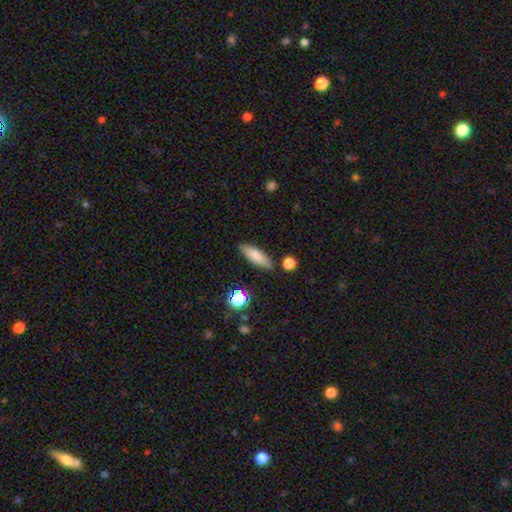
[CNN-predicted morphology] smooth_or_featured: smooth (p=0.79) [alt: featured or disk p=0.14]
how_rounded: cigar-shaped (p=0.50) [alt: in between p=0.48]
merging: none (p=0.83) [alt: minor disturbance p=0.11]